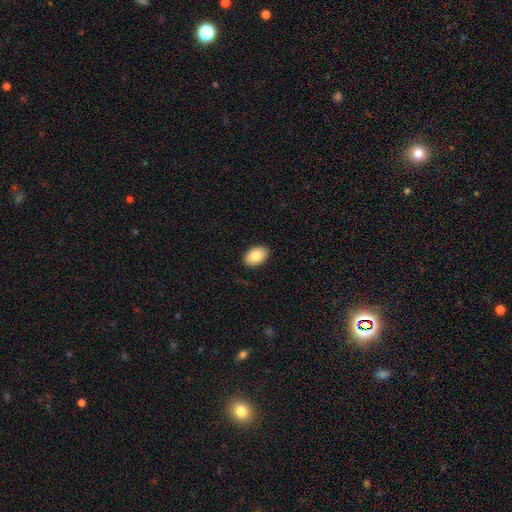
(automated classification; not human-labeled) The model was most divided on "smooth or featured": smooth: 87%, star or artifact: 7%, featured or disk: 7%. More confident: how rounded — in between (90%); merging — none (90%).